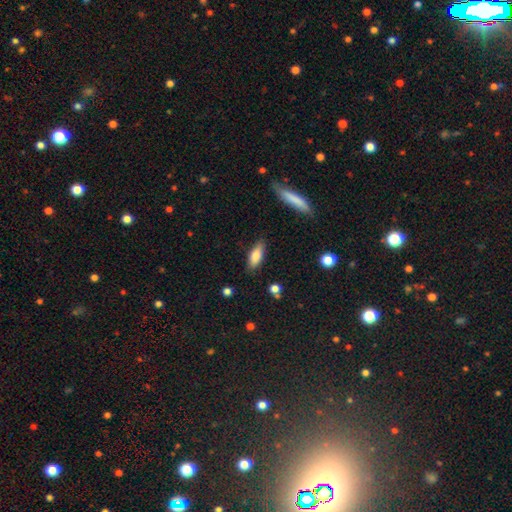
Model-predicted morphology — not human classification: Smooth or featured: smooth — 78% (featured or disk — 15%)
How rounded: in between — 67% (cigar-shaped — 31%)
Merging: none — 83% (minor disturbance — 12%)